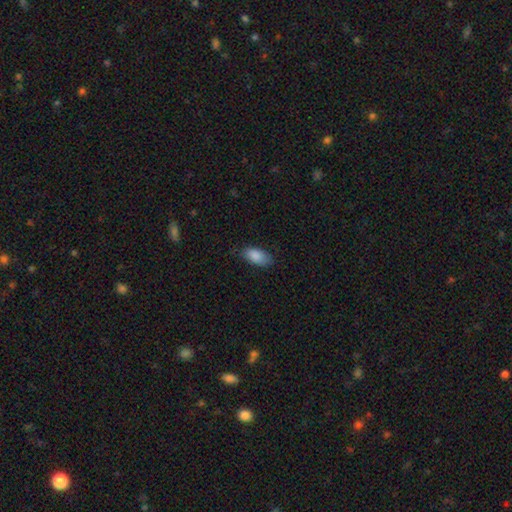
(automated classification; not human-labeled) Q: Smooth or featured?
A: smooth (88%); runner-up: star or artifact (6%)
Q: How rounded?
A: in between (93%); runner-up: cigar-shaped (5%)
Q: Merging?
A: none (76%); runner-up: minor disturbance (19%)